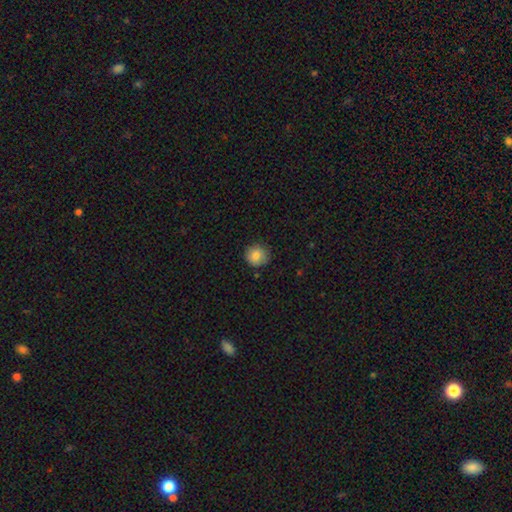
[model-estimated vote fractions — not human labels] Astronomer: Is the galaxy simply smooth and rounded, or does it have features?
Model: smooth — 83%.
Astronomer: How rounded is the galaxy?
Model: round — 92%.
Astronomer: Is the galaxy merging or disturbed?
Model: none — 85%.